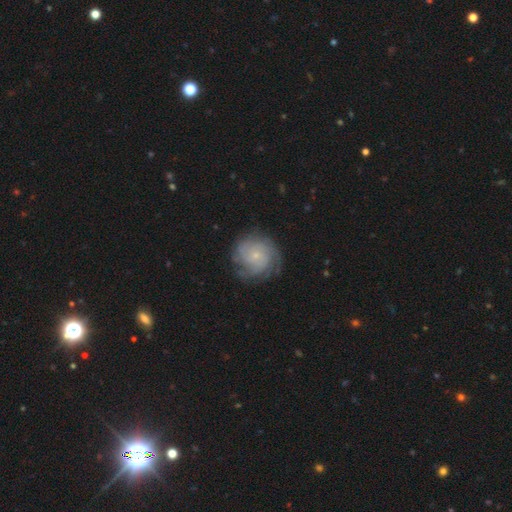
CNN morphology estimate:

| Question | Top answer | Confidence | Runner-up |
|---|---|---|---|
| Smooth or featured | featured or disk | 76% | smooth (18%) |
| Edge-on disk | no | 98% | yes (2%) |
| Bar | no | 78% | weak (19%) |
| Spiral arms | yes | 94% | no (6%) |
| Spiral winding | tight | 67% | medium (26%) |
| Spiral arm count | can't tell | 34% | 3 (20%) |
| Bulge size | small | 81% | moderate (13%) |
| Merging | none | 75% | minor disturbance (16%) |